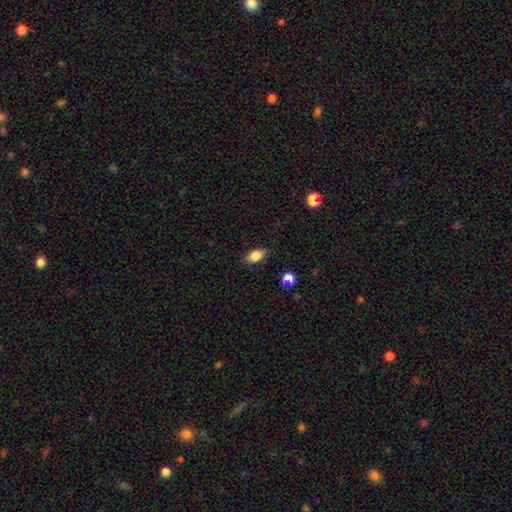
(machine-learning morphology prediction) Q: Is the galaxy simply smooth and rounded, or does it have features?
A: smooth — 83%.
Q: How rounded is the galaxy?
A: in between — 89%.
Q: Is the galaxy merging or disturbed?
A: none — 84%.